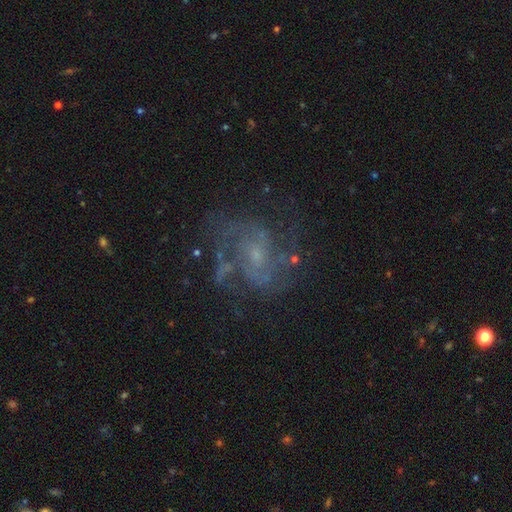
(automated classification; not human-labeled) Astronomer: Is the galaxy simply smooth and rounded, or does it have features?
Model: featured or disk — 79%.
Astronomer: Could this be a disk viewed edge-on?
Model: no — 98%.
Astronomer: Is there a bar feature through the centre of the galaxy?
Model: no — 56% (runner-up: weak, 37%).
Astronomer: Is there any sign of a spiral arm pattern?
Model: yes — 89%.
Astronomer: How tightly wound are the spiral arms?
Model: medium — 50% (runner-up: loose, 28%).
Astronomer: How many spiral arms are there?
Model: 2 — 45% (runner-up: can't tell, 23%).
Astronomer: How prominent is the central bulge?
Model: small — 63%.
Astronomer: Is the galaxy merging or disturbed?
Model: none — 64%.